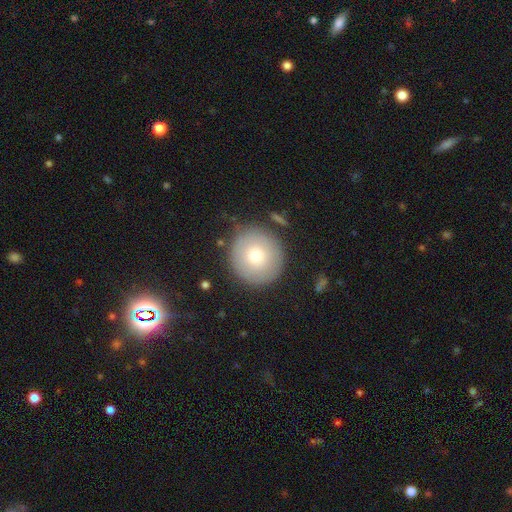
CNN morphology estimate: Overall: smooth (73%). How rounded: round (94%). Merging: none (83%).